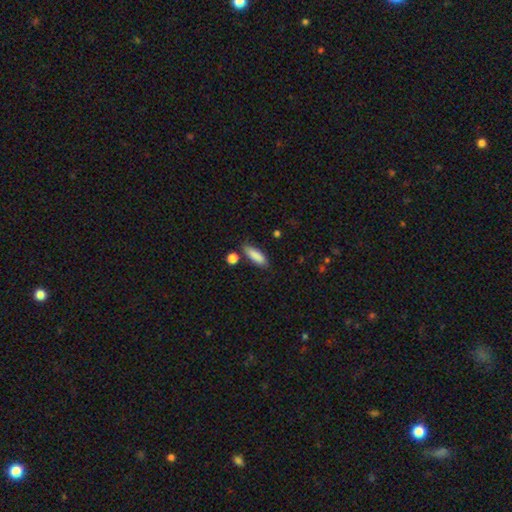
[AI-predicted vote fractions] This appears to be a smooth galaxy with no disk features (86%) that is in between round and cigar-shaped (52%). Merging: none (74%).